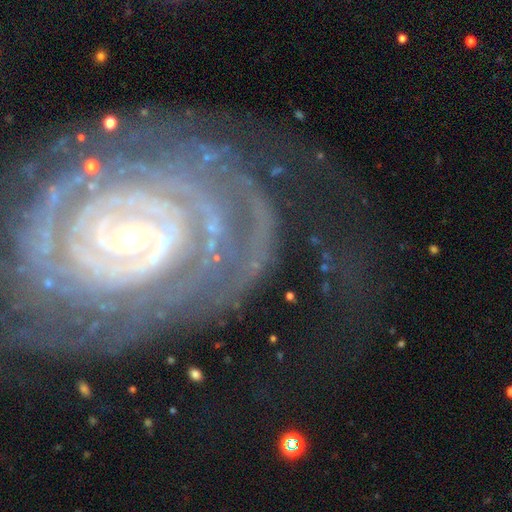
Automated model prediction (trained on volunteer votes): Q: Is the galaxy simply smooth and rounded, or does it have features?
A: featured or disk — 86%.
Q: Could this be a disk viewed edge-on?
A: no — 97%.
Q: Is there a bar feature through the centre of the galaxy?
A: no — 69%.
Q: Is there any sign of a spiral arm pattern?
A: yes — 96%.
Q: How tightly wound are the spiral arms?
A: tight — 82%.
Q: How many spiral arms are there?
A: can't tell — 28%.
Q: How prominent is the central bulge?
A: small — 83%.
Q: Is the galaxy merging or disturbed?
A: none — 64%.